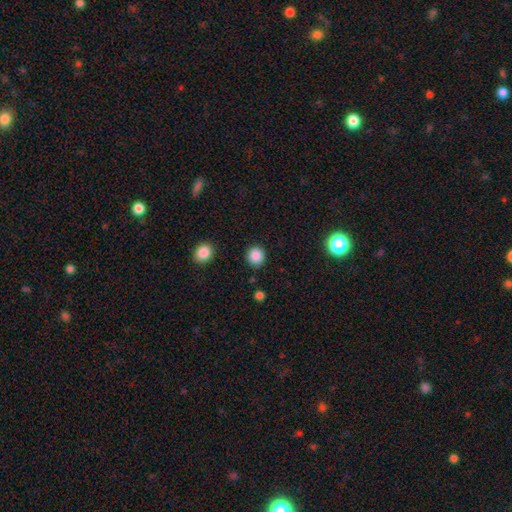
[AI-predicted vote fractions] This appears to be a smooth galaxy with no disk features (87%) that is round (88%). Merging: none (89%).